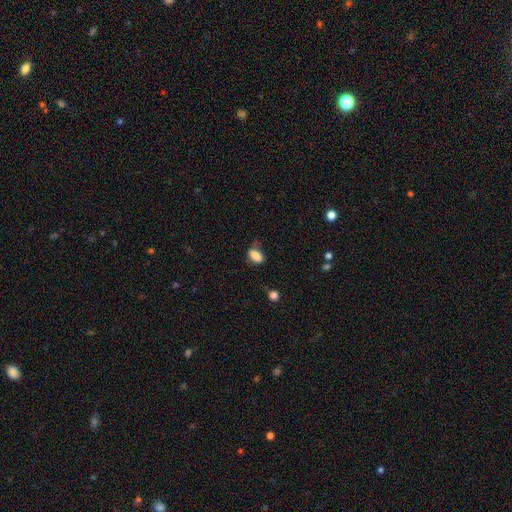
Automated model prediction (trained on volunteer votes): This is clearly a smooth galaxy (84%). How rounded: clearly in between (88%). Merging: possibly none (56%).